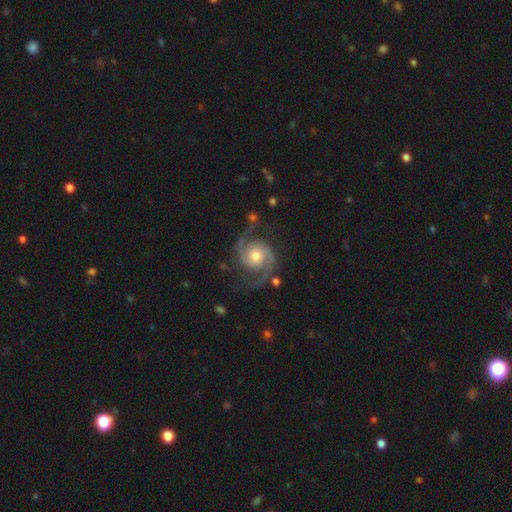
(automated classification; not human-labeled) Smooth or featured? Predicted: featured or disk (p=0.91). Edge-on disk? Predicted: no (p=0.98). Bar? Predicted: no (p=0.72). Spiral arms? Predicted: yes (p=0.98). Spiral winding? Predicted: medium (p=0.59). Spiral arm count? Predicted: 2 (p=0.94). Bulge size? Predicted: moderate (p=0.65). Merging? Predicted: none (p=0.78).